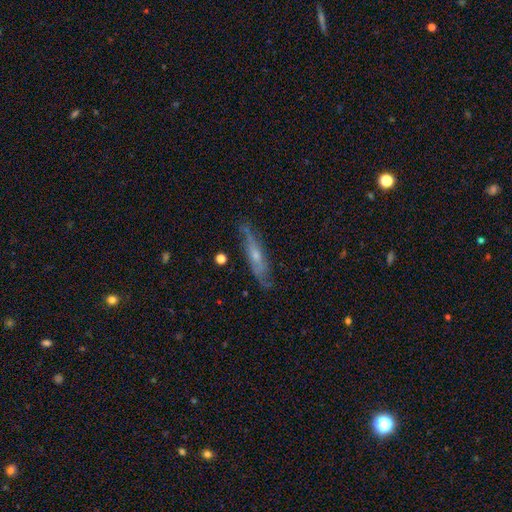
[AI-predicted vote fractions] A featured or disk galaxy (67%) viewed edge-on (56%). Merging: none (75%).